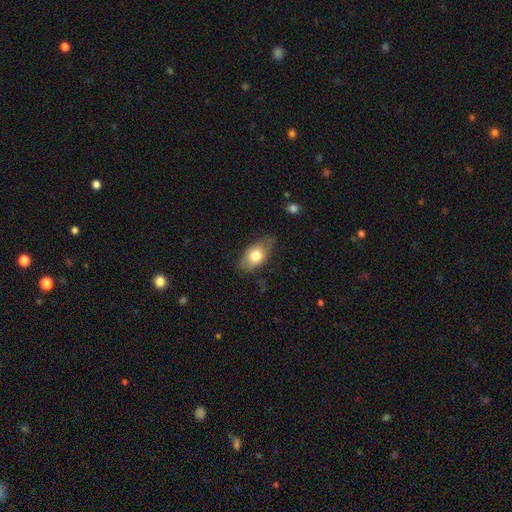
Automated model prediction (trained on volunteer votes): A smooth galaxy with no disk features (73%) that is in between round and cigar-shaped (88%).

Vote fractions:
- Smooth or featured? smooth: 73% / featured or disk: 20% / star or artifact: 7%
- How rounded? in between: 88% / round: 9% / cigar-shaped: 3%
- Merging? none: 66% / minor disturbance: 26% / major disturbance: 6% / merger: 2%